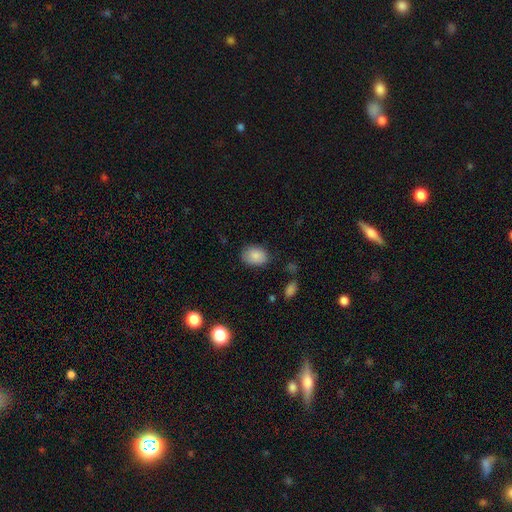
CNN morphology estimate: smooth-or-featured: smooth: 86% | star or artifact: 8% | featured or disk: 6%
  how-rounded: in between: 76% | round: 23% | cigar-shaped: 1%
  merging: none: 77% | minor disturbance: 18% | major disturbance: 4% | merger: 2%